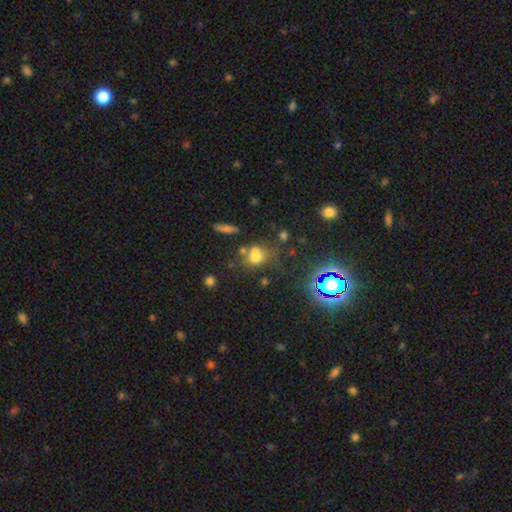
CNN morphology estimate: Overall: smooth (64%). How rounded: in between (52%; round 45%). Merging: none (45%; minor disturbance 21%).